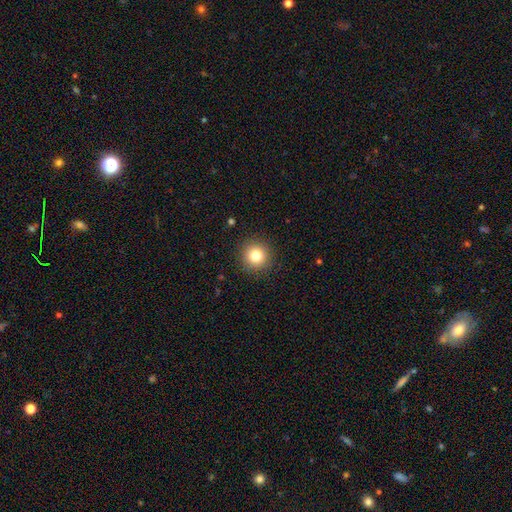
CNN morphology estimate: smooth-or-featured: smooth: 81% | star or artifact: 12% | featured or disk: 7%
  how-rounded: round: 95% | in between: 4% | cigar-shaped: 1%
  merging: none: 91% | minor disturbance: 6% | major disturbance: 2% | merger: 1%